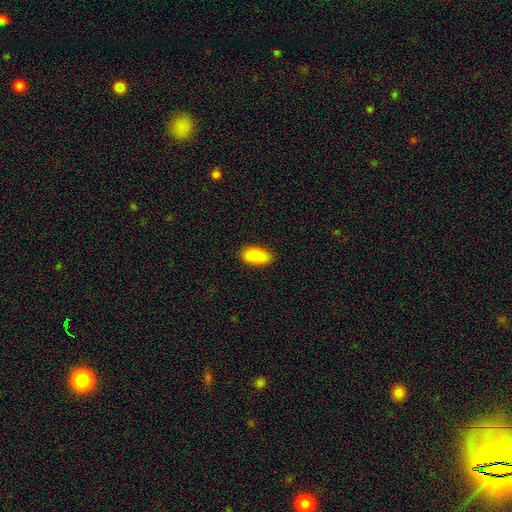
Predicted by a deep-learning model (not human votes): smooth_or_featured: smooth (p=0.90) [alt: star or artifact p=0.07]
how_rounded: in between (p=0.91) [alt: cigar-shaped p=0.06]
merging: none (p=0.87) [alt: minor disturbance p=0.10]